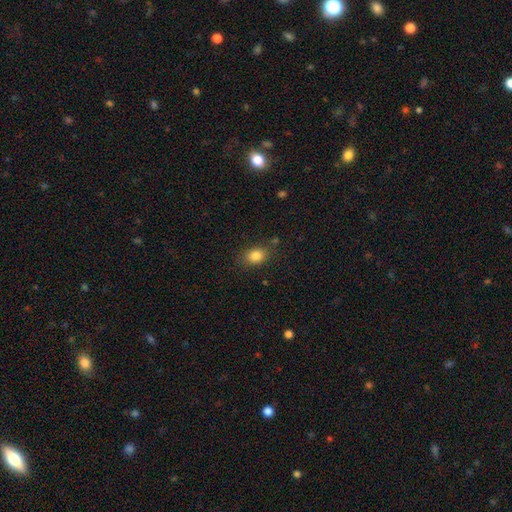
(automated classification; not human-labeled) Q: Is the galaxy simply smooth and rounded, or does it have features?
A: smooth — 83%.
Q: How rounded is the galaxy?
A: in between — 68%.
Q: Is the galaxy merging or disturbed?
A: none — 81%.